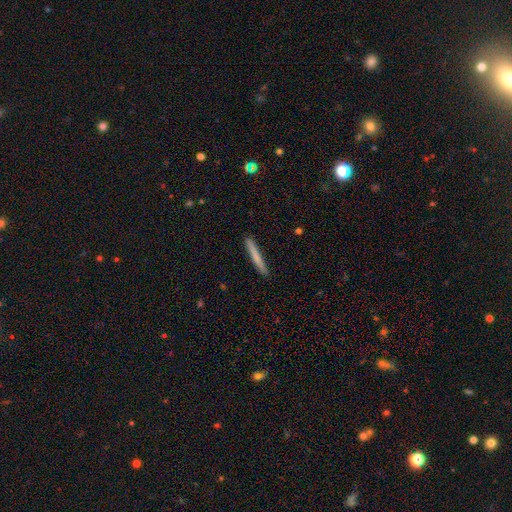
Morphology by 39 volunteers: type=smooth (64%); roundness=cigar-shaped (100%); merging=none (97%).